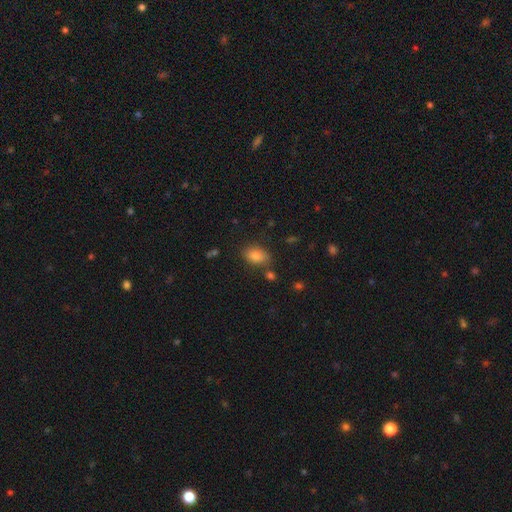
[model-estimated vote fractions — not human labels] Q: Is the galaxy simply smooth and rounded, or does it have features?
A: smooth — 83%.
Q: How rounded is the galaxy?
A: in between — 83%.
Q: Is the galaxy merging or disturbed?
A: none — 77%.